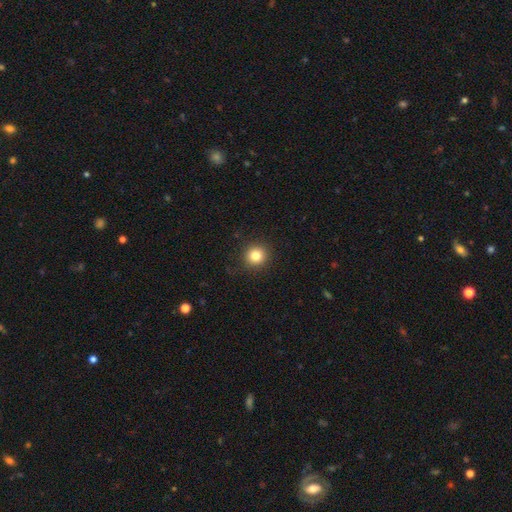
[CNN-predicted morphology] A smooth galaxy with no disk features (83%) that is round (93%). Merging: none (91%).